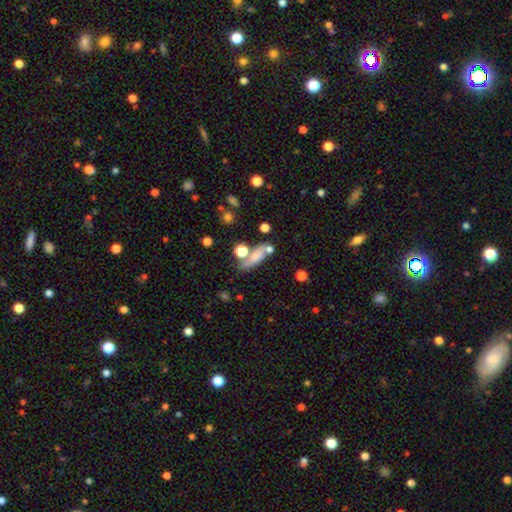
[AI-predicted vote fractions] The model was most divided on "how rounded": in between: 50%, cigar-shaped: 40%, round: 10%. More confident: smooth or featured — smooth (64%); merging — none (52%).